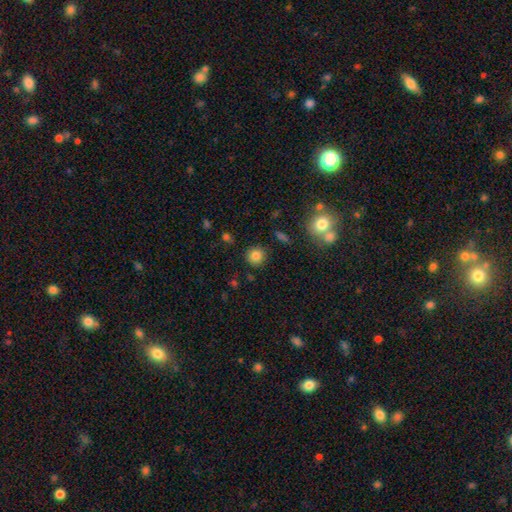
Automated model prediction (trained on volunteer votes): Overall: smooth (82%). How rounded: round (92%). Merging: none (88%).